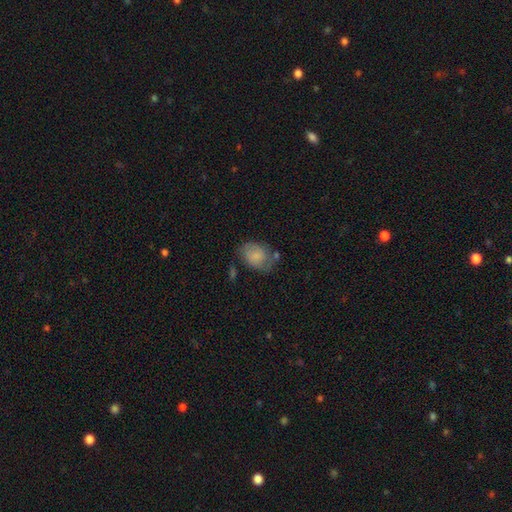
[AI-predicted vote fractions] Morphology: type=smooth (64%); roundness=in between (68%); merging=none (49%).